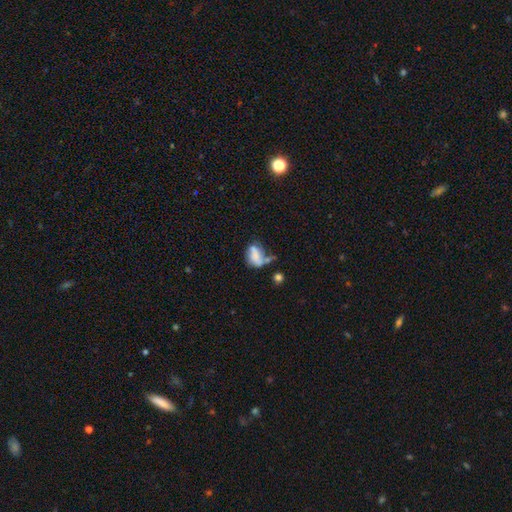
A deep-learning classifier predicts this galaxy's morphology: Overall: smooth (60%; featured or disk 29%). How rounded: in between (81%). Merging: major disturbance (29%; none 24%).